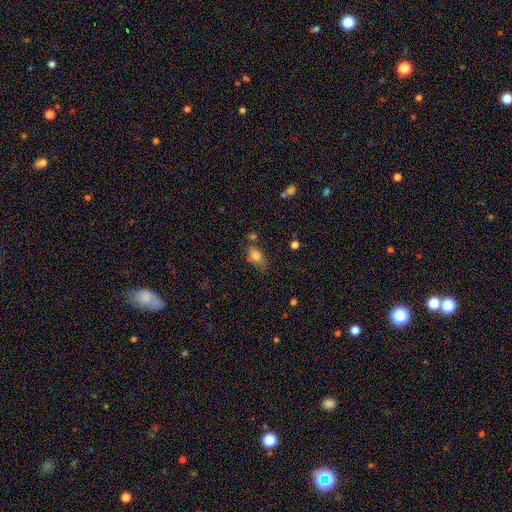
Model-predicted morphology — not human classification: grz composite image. It shows a smooth galaxy with no disk features (77%) that is in between round and cigar-shaped (82%). Merging: none (54%).